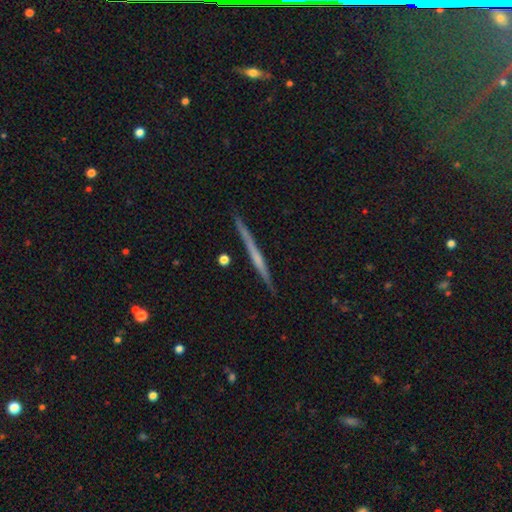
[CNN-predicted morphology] This is likely a featured or disk galaxy (64%). It is clearly viewed edge-on (98%). Edge-on bulge: likely none (71%). Merging: clearly none (91%).